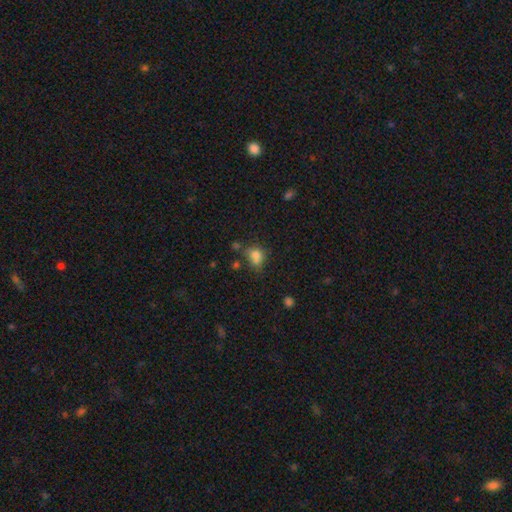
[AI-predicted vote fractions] Smooth or featured: smooth — 75% (star or artifact — 14%)
How rounded: round — 54% (in between — 45%)
Merging: none — 43% (merger — 25%)